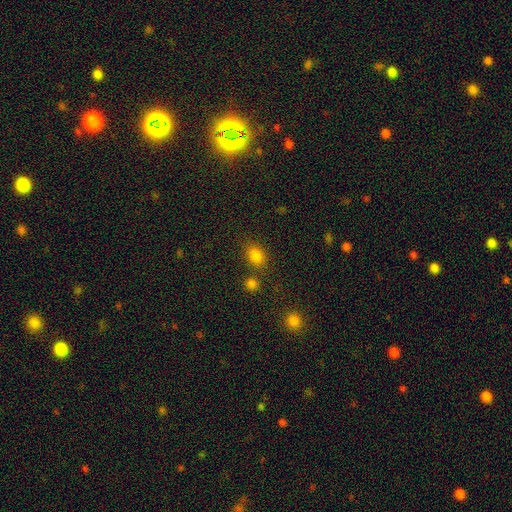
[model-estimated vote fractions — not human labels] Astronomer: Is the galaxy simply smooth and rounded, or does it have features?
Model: smooth — 81%.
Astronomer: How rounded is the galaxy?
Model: in between — 61% (runner-up: round, 38%).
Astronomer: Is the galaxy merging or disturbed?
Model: none — 74%.